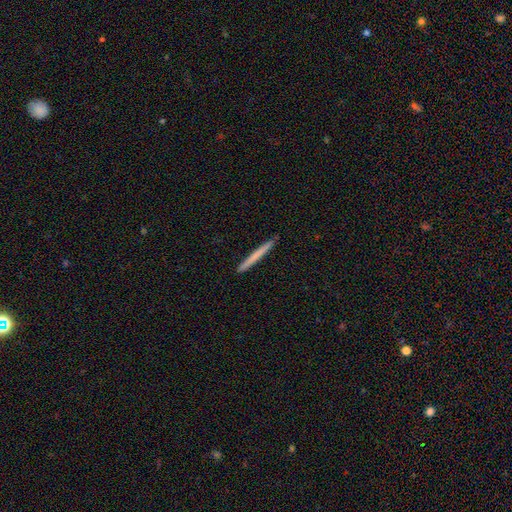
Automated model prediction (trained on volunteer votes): The model was most divided on "smooth or featured": smooth: 63%, featured or disk: 31%, star or artifact: 5%. More confident: how rounded — cigar-shaped (97%); merging — none (93%).